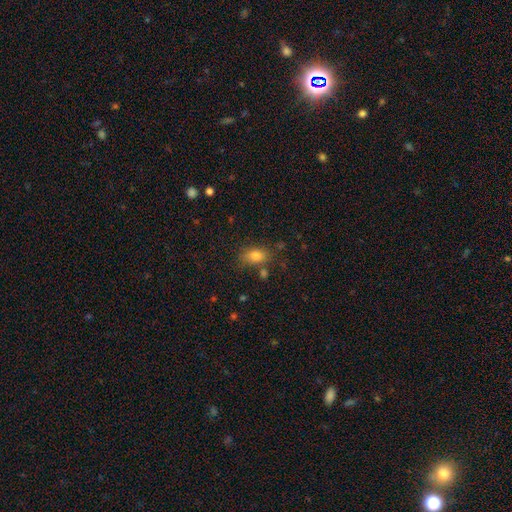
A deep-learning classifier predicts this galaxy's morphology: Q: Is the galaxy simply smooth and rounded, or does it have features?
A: smooth — 80%.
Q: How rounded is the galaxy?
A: in between — 78%.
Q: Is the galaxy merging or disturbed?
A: none — 70%.